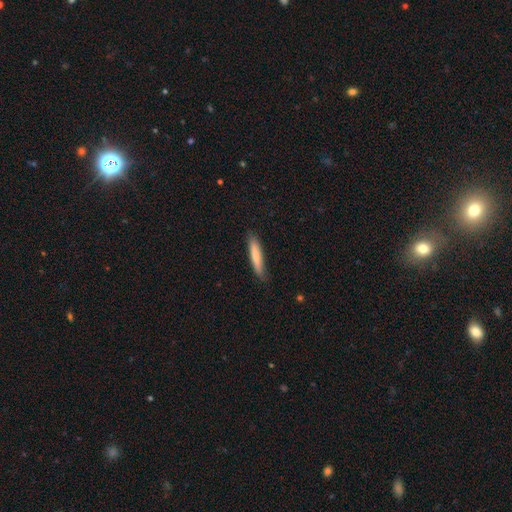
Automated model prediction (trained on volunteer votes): smooth_or_featured: smooth (p=0.76) [alt: featured or disk p=0.18]
how_rounded: cigar-shaped (p=0.91) [alt: in between p=0.08]
merging: none (p=0.83) [alt: minor disturbance p=0.13]